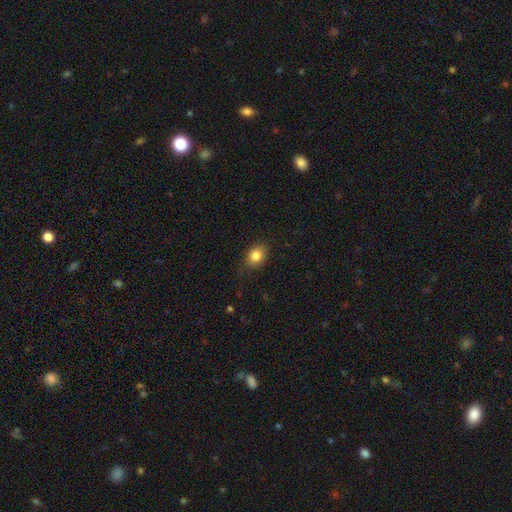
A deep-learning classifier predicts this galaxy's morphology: This is clearly a smooth galaxy (83%). How rounded: likely in between (61%). Merging: clearly none (83%).